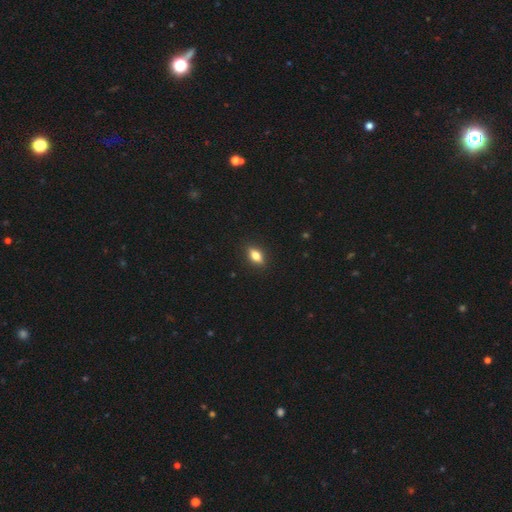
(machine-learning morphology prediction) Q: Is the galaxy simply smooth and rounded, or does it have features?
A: smooth — 73%.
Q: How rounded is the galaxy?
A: in between — 78%.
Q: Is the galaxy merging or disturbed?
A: none — 89%.